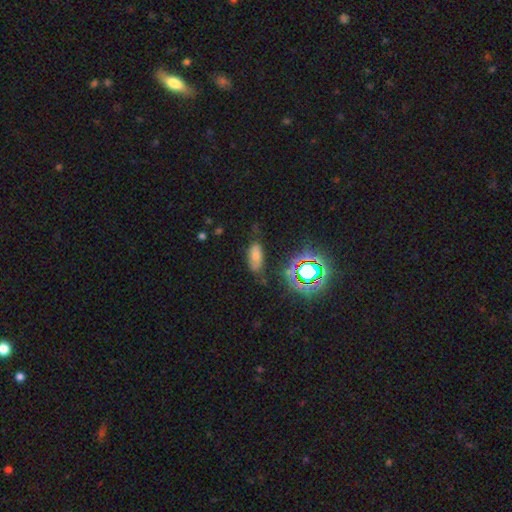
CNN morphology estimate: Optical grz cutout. It shows a smooth galaxy with no disk features (60%) that is in between round and cigar-shaped (88%). Merging: none (61%).